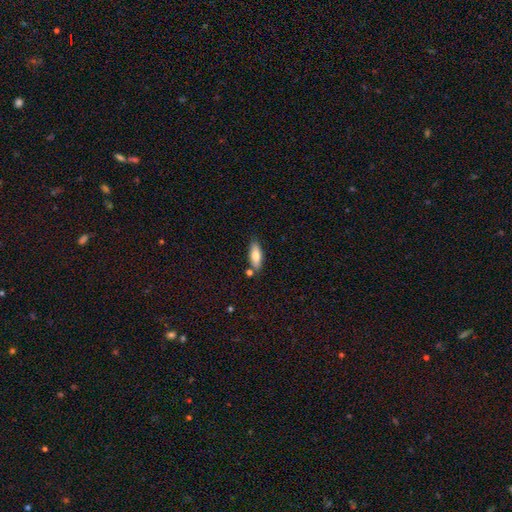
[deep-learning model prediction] smooth-or-featured: smooth: 77% | featured or disk: 16% | star or artifact: 7%
  how-rounded: in between: 66% | cigar-shaped: 31% | round: 2%
  merging: none: 76% | minor disturbance: 13% | merger: 8% | major disturbance: 3%